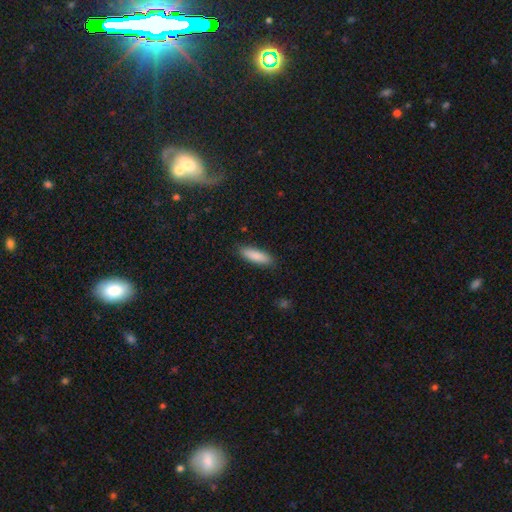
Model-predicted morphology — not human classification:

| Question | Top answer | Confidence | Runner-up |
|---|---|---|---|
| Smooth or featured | smooth | 88% | featured or disk (6%) |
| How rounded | cigar-shaped | 55% | in between (44%) |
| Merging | none | 88% | minor disturbance (9%) |